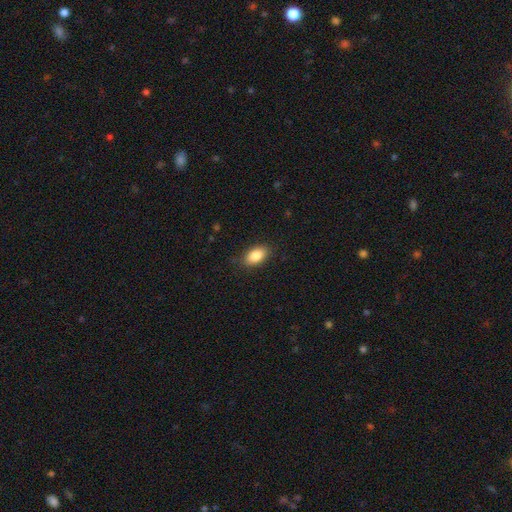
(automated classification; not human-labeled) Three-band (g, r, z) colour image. It shows a smooth galaxy with no disk features (86%) that is in between round and cigar-shaped (91%). Merging: none (87%).